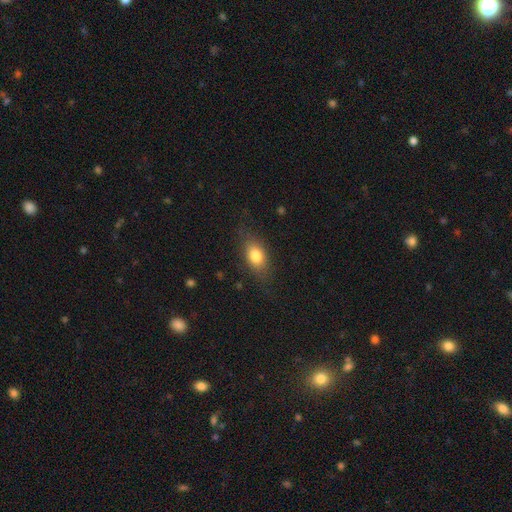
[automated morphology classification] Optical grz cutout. It shows a smooth galaxy with no disk features (78%) that is in between round and cigar-shaped (81%). Merging: none (77%).